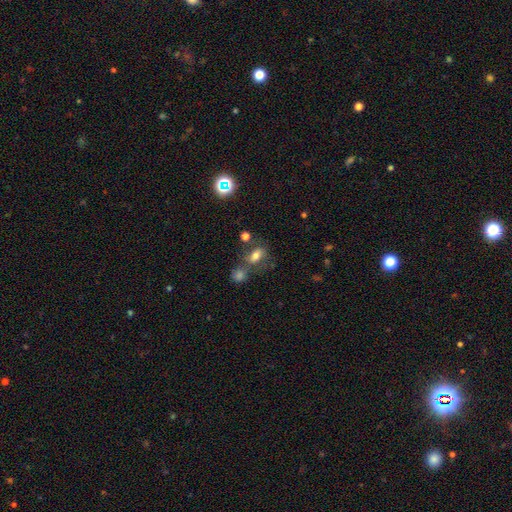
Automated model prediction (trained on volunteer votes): This appears to be a smooth galaxy with no disk features (67%) that is in between round and cigar-shaped (75%). Merging: none (50%).